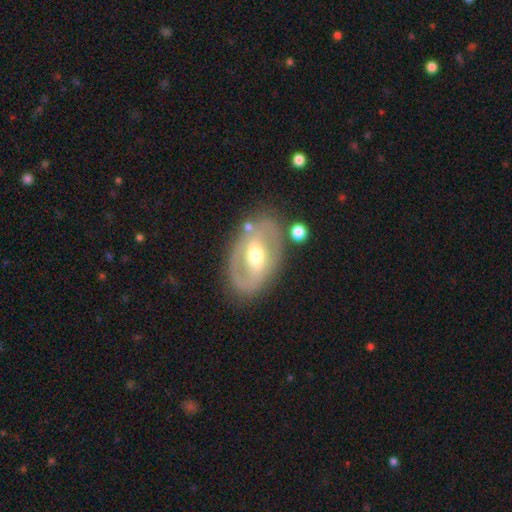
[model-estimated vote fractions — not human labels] Smooth or featured?
  - featured or disk: 73% *
  - smooth: 21%
  - star or artifact: 6%
Edge-on disk?
  - no: 93% *
  - yes: 7%
Bar?
  - weak: 39% *
  - strong: 31%
  - no: 30%
Spiral arms?
  - yes: 55% *
  - no: 45%
Bulge size?
  - moderate: 68% *
  - small: 24%
  - large: 7%
  - dominant: 1%
  - none: 1%
Merging?
  - none: 75% *
  - minor disturbance: 14%
  - major disturbance: 6%
  - merger: 4%